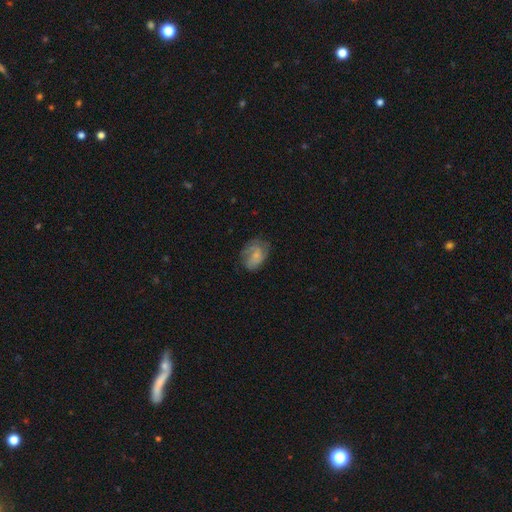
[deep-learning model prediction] Smooth or featured? Predicted: featured or disk (p=0.51). Edge-on disk? Predicted: no (p=0.97). Merging? Predicted: none (p=0.61).